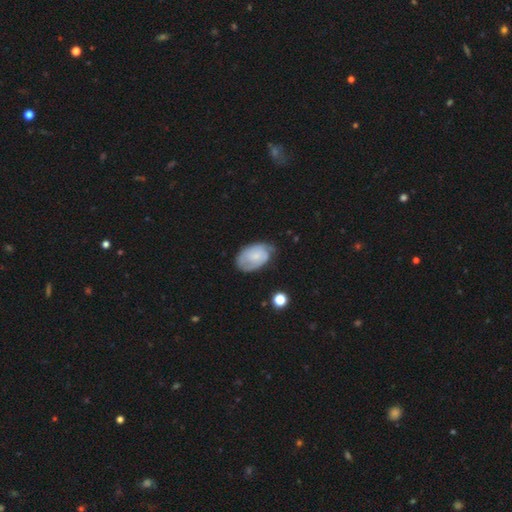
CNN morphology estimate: Smooth or featured? featured or disk (49%)
Merging? none (56%)